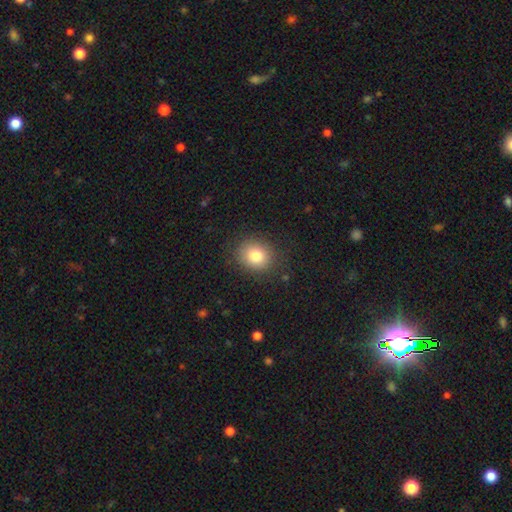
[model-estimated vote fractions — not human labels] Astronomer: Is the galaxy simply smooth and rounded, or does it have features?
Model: smooth — 80%.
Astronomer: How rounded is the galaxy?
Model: round — 73%.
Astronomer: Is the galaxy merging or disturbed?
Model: none — 86%.